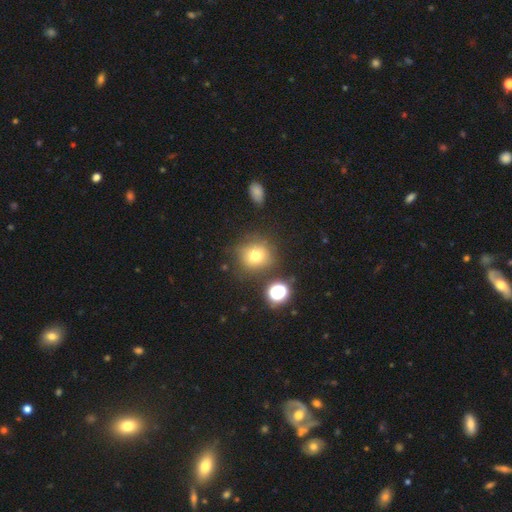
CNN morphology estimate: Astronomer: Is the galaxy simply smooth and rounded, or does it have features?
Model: smooth — 73%.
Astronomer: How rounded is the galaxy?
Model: round — 87%.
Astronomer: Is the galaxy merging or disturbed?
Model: none — 77%.